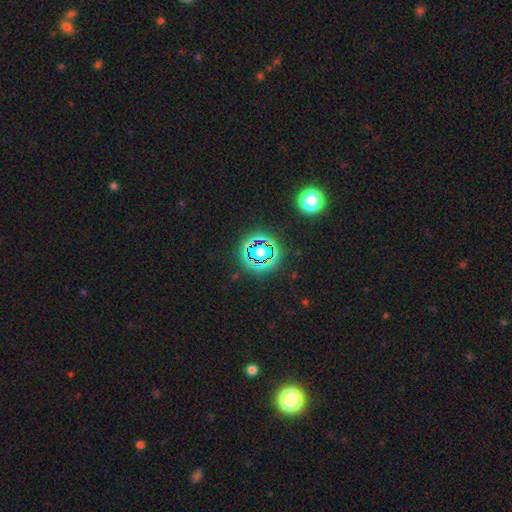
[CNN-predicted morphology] A star or artifact, not a galaxy (76%).

Vote fractions:
- Smooth or featured? star or artifact: 76% / smooth: 15% / featured or disk: 9%